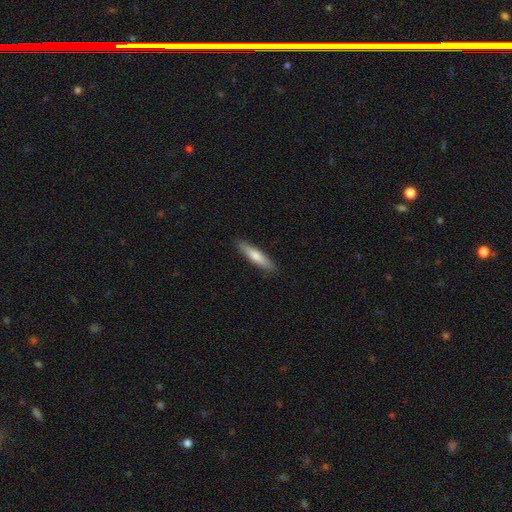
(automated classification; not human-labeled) Smooth or featured: smooth — 67% (featured or disk — 27%)
How rounded: cigar-shaped — 85% (in between — 13%)
Merging: none — 90% (minor disturbance — 7%)